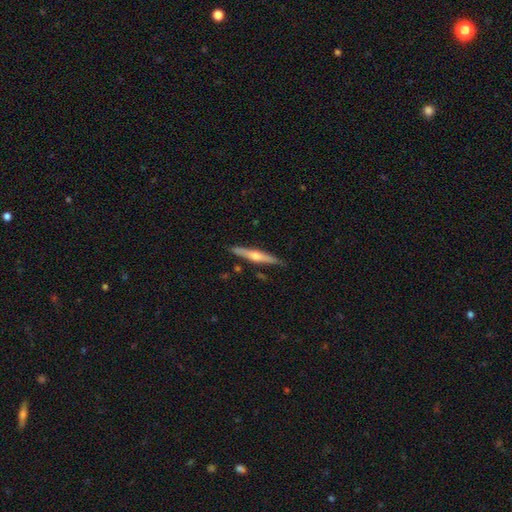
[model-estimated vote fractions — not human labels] Morphology: type=featured or disk (70%); edge-on=yes (97%); edge-on bulge=rounded (87%); merging=none (89%).